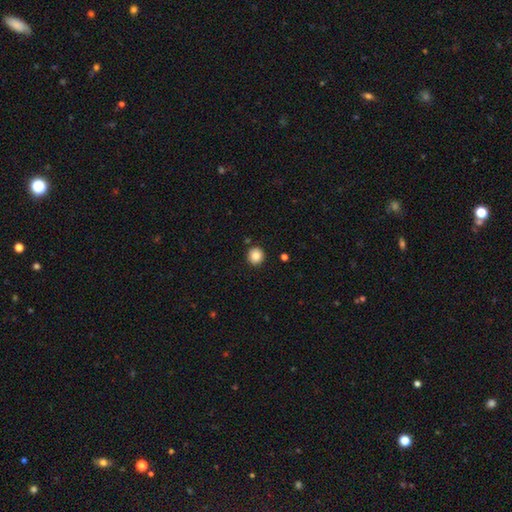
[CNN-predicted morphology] smooth 86%, star or artifact 10%, featured or disk 4%. Down the decision tree: how rounded — round (91%); merging — none (90%).